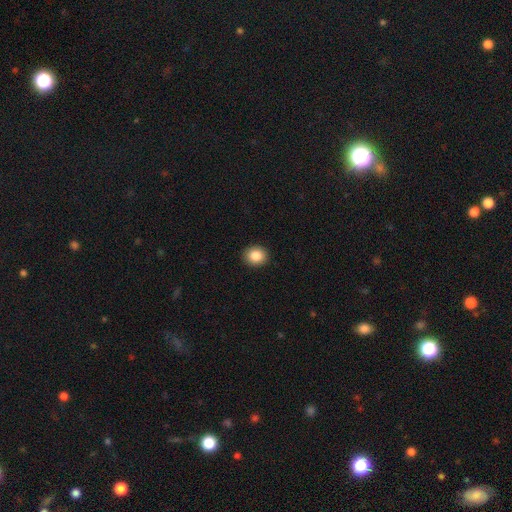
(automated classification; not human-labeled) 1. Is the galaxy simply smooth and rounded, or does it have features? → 86% smooth, 9% star or artifact, 5% featured or disk.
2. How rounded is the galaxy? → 73% round, 26% in between, 1% cigar-shaped.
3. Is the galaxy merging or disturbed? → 92% none, 6% minor disturbance, 2% major disturbance, 1% merger.